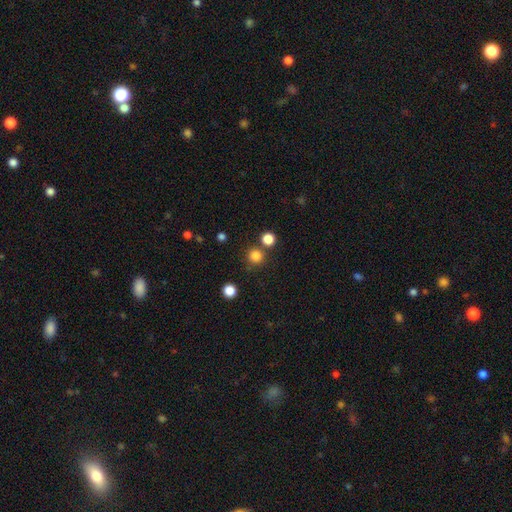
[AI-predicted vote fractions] This appears to be a smooth galaxy with no disk features (82%) that is round (94%). Merging: none (80%).